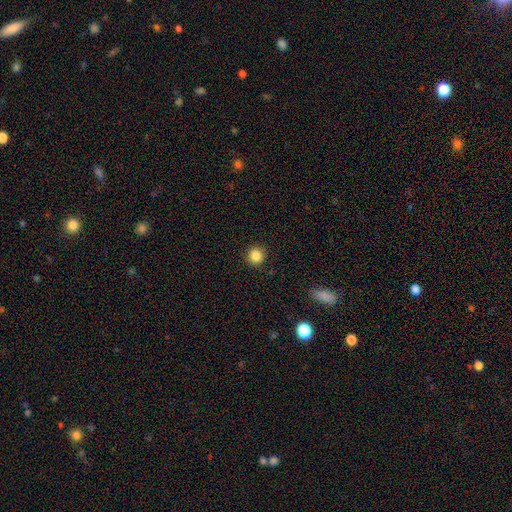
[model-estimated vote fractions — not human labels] A smooth galaxy with no disk features (86%) that is round (92%).

Vote fractions:
- Smooth or featured? smooth: 86% / star or artifact: 10% / featured or disk: 4%
- How rounded? round: 92% / in between: 7% / cigar-shaped: 1%
- Merging? none: 92% / minor disturbance: 5% / major disturbance: 2% / merger: 1%